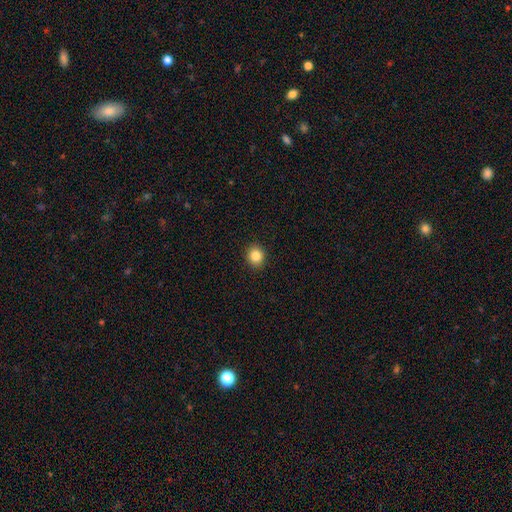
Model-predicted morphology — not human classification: Smooth or featured: smooth — 85% (star or artifact — 10%)
How rounded: round — 76% (in between — 23%)
Merging: none — 92% (minor disturbance — 5%)